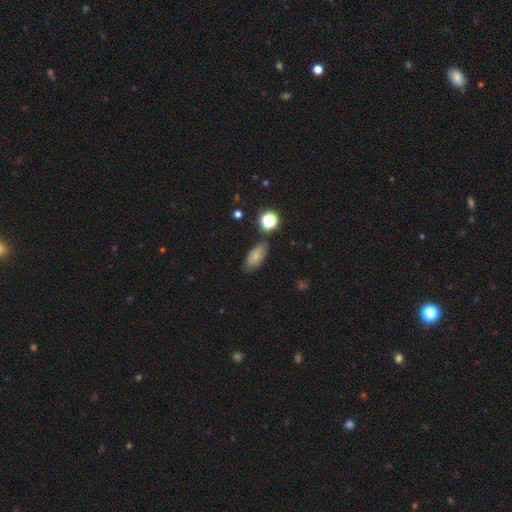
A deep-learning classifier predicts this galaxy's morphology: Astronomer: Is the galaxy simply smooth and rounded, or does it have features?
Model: smooth — 77%.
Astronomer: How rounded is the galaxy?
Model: in between — 85%.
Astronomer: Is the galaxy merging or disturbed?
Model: none — 75%.